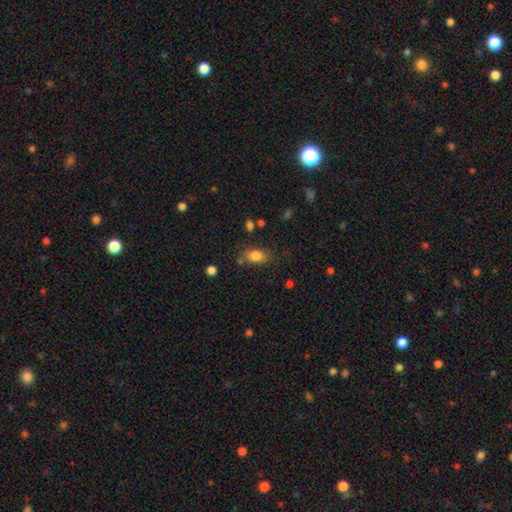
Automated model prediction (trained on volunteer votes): Overall: smooth (82%). How rounded: in between (82%). Merging: none (70%).